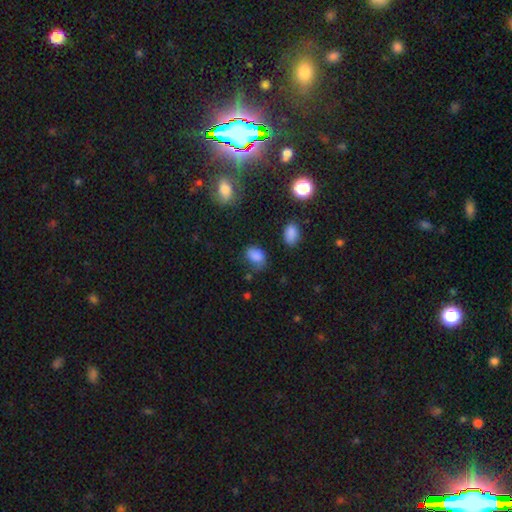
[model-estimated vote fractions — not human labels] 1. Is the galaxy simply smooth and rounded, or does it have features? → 82% smooth, 12% star or artifact, 7% featured or disk.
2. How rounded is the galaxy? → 79% in between, 20% round, 1% cigar-shaped.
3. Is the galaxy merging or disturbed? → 53% none, 29% minor disturbance, 13% major disturbance, 5% merger.